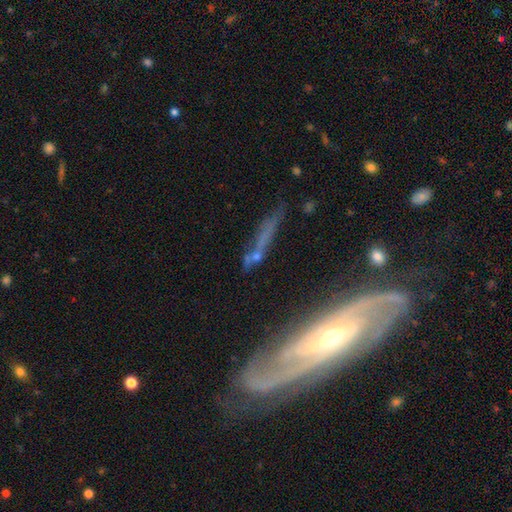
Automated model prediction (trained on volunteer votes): smooth_or_featured: featured or disk (p=0.81) [alt: smooth p=0.11]
disk_edge_on: no (p=0.79) [alt: yes p=0.21]
bar: no (p=0.47) [alt: weak p=0.32]
has_spiral_arms: yes (p=0.93) [alt: no p=0.07]
spiral_winding: tight (p=0.50) [alt: medium p=0.36]
spiral_arm_count: 2 (p=0.55) [alt: can't tell p=0.20]
bulge_size: small (p=0.63) [alt: moderate p=0.30]
merging: none (p=0.74) [alt: minor disturbance p=0.16]